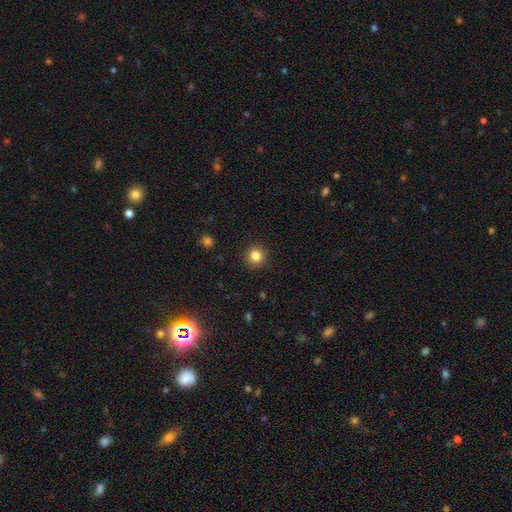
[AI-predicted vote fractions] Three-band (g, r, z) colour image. It shows a smooth galaxy with no disk features (84%) that is round (93%). Merging: none (91%).